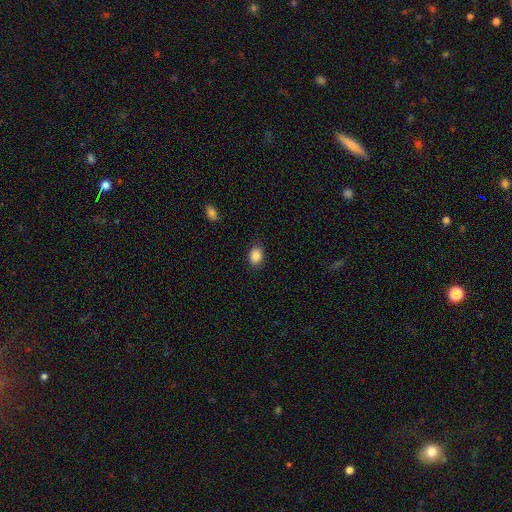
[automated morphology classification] The model was most divided on "how rounded": in between: 66%, round: 33%, cigar-shaped: 1%. More confident: smooth or featured — smooth (87%); merging — none (85%).